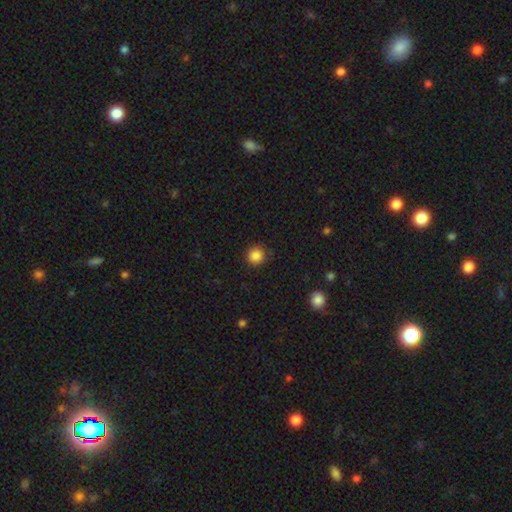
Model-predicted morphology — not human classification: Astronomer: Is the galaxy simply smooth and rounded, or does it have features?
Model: smooth — 86%.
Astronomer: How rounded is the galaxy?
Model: round — 94%.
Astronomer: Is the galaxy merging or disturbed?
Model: none — 88%.